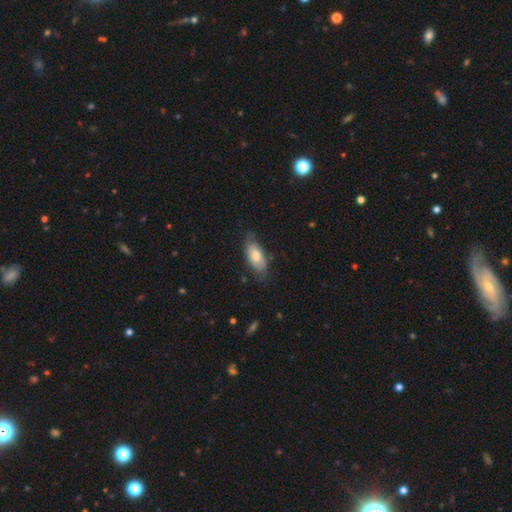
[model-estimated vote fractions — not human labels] This appears to be a smooth galaxy with no disk features (70%) that is in between round and cigar-shaped (88%). Merging: none (69%).